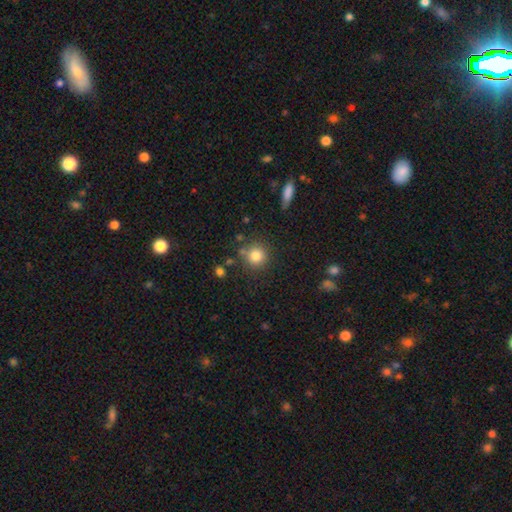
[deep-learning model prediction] smooth-or-featured: smooth: 82% | star or artifact: 11% | featured or disk: 7%
  how-rounded: round: 93% | in between: 6% | cigar-shaped: 1%
  merging: none: 81% | minor disturbance: 9% | merger: 6% | major disturbance: 4%